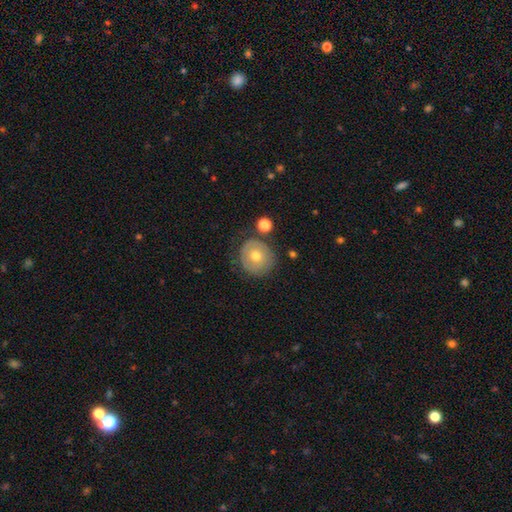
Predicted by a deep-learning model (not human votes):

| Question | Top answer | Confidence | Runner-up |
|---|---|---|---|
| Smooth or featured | smooth | 63% | featured or disk (28%) |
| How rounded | round | 87% | in between (12%) |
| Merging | none | 76% | minor disturbance (15%) |